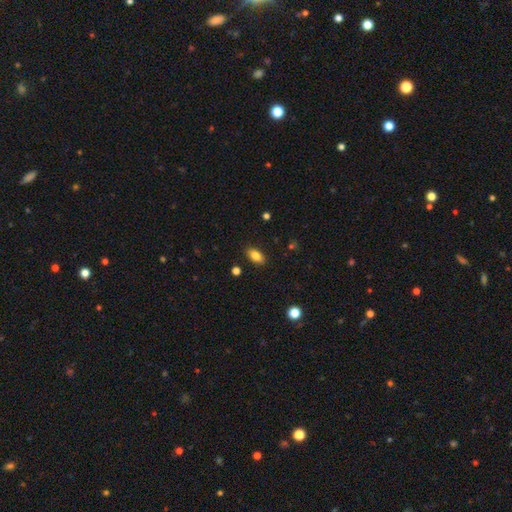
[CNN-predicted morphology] Smooth or featured?
  - smooth: 84% *
  - star or artifact: 9%
  - featured or disk: 7%
How rounded?
  - in between: 90% *
  - round: 6%
  - cigar-shaped: 4%
Merging?
  - none: 88% *
  - minor disturbance: 9%
  - major disturbance: 2%
  - merger: 1%